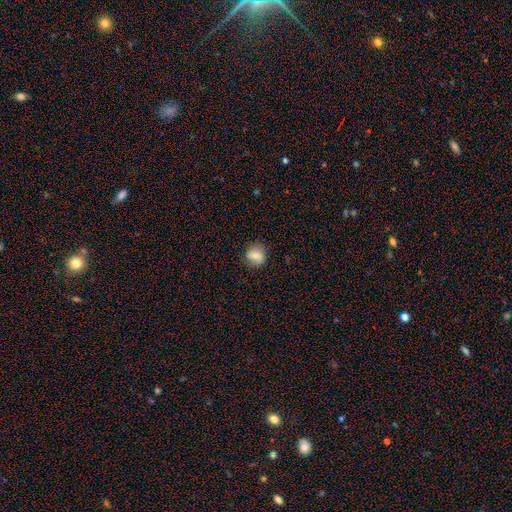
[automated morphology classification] Q: Smooth or featured?
A: smooth (62%); runner-up: featured or disk (28%)
Q: How rounded?
A: round (71%); runner-up: in between (27%)
Q: Merging?
A: none (75%); runner-up: minor disturbance (18%)